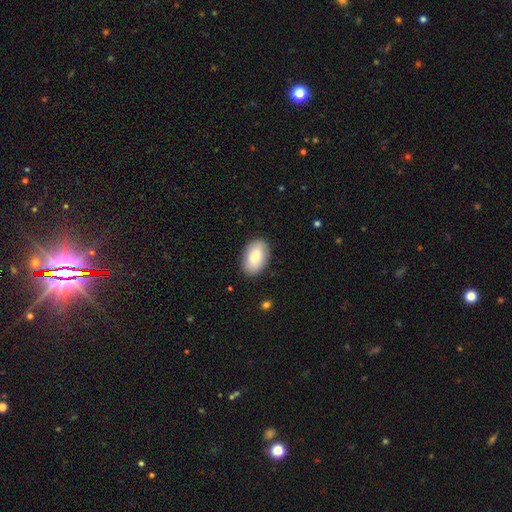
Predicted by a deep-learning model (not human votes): This is clearly a smooth galaxy (81%). How rounded: clearly in between (92%). Merging: clearly none (86%).